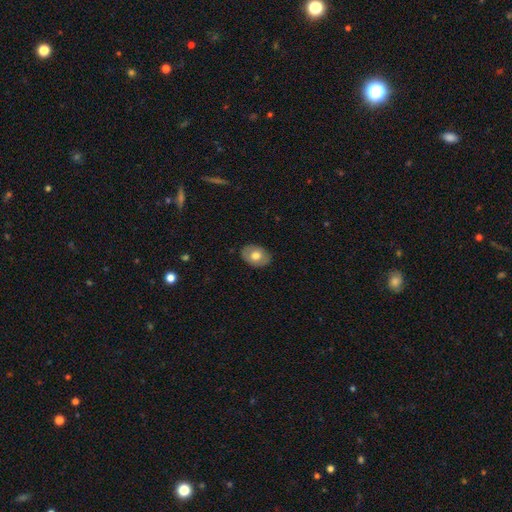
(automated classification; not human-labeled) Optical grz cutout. It shows a smooth galaxy with no disk features (68%) that is in between round and cigar-shaped (76%). Merging: none (84%).